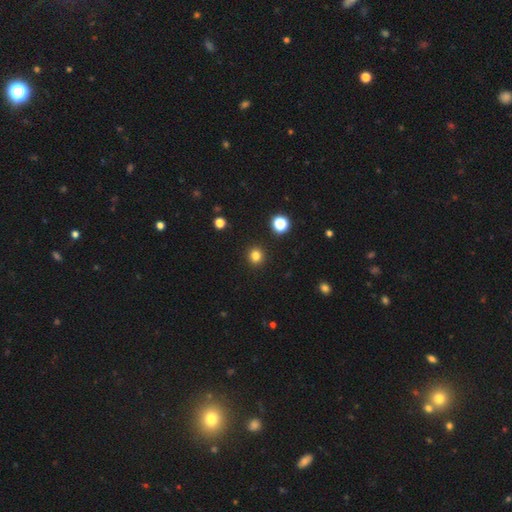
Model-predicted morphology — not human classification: Smooth or featured? smooth (81%)
How rounded? round (91%)
Merging? none (92%)